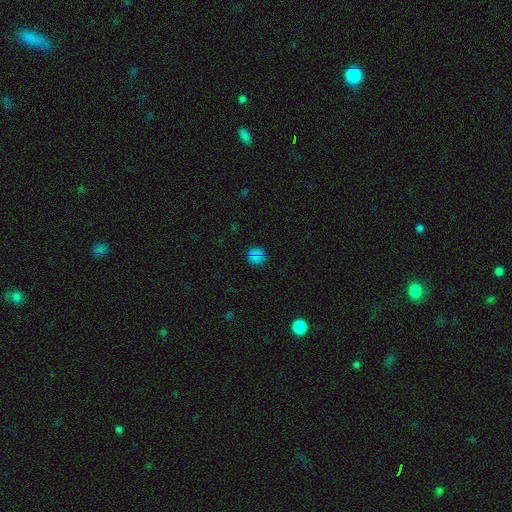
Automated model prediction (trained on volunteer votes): Overall: smooth (69%). How rounded: round (89%). Merging: none (84%).